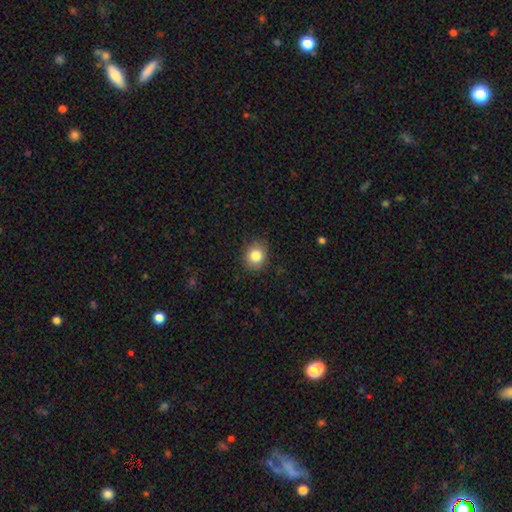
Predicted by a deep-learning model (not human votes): smooth_or_featured: smooth (p=0.84) [alt: star or artifact p=0.10]
how_rounded: round (p=0.71) [alt: in between p=0.28]
merging: none (p=0.87) [alt: minor disturbance p=0.10]